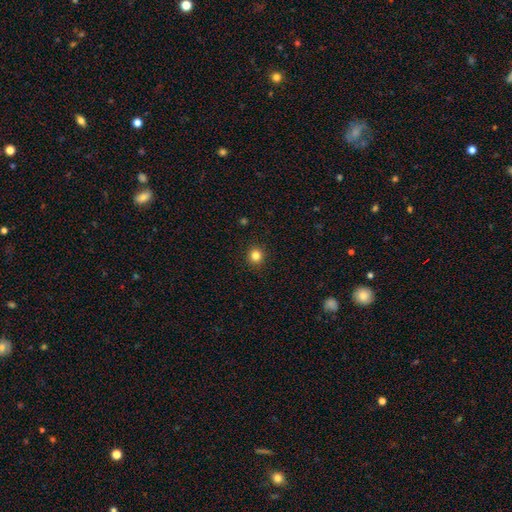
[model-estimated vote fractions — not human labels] smooth-or-featured: smooth: 83% | star or artifact: 12% | featured or disk: 5%
  how-rounded: round: 93% | in between: 6% | cigar-shaped: 1%
  merging: none: 92% | minor disturbance: 5% | major disturbance: 2% | merger: 1%